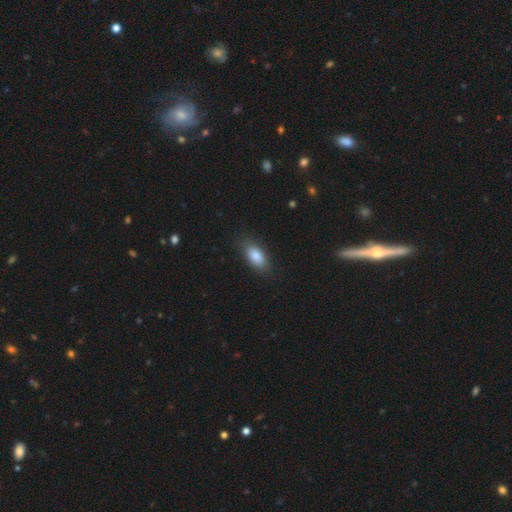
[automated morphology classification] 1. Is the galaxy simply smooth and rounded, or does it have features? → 85% smooth, 8% featured or disk, 7% star or artifact.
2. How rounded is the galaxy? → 88% in between, 8% cigar-shaped, 4% round.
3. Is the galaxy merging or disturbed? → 83% none, 13% minor disturbance, 3% major disturbance, 1% merger.